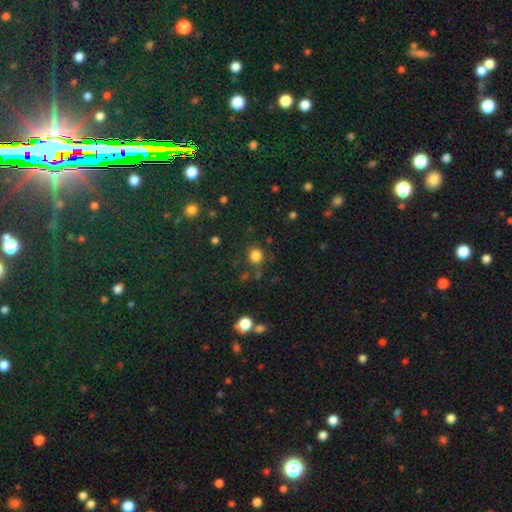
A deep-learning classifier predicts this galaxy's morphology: The model was most divided on "smooth or featured": smooth: 82%, star or artifact: 14%, featured or disk: 4%. More confident: how rounded — round (86%); merging — none (82%).